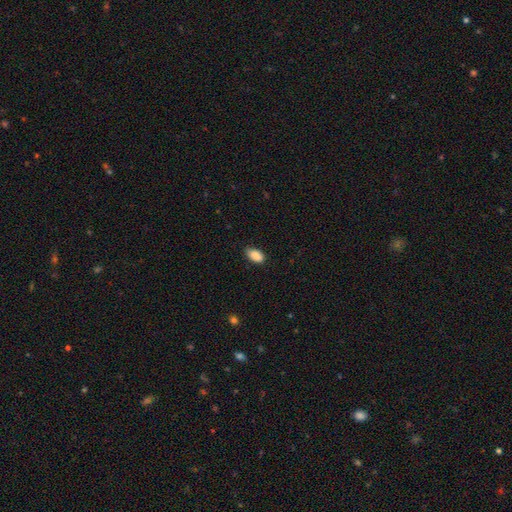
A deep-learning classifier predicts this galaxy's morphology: This appears to be a smooth galaxy with no disk features (89%) that is in between round and cigar-shaped (93%). Merging: none (80%).